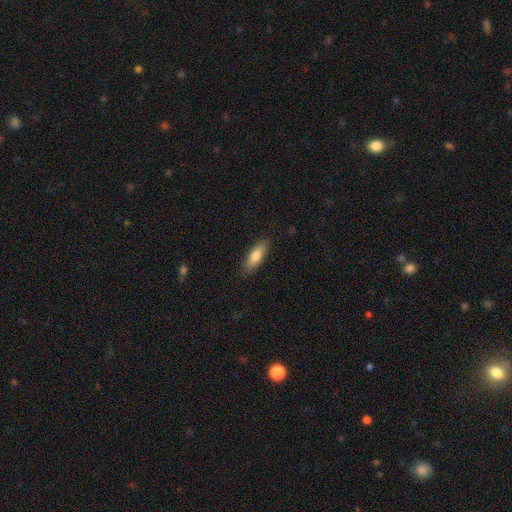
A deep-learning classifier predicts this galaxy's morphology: A smooth galaxy with no disk features (80%) that is in between round and cigar-shaped (54%). Merging: none (85%).